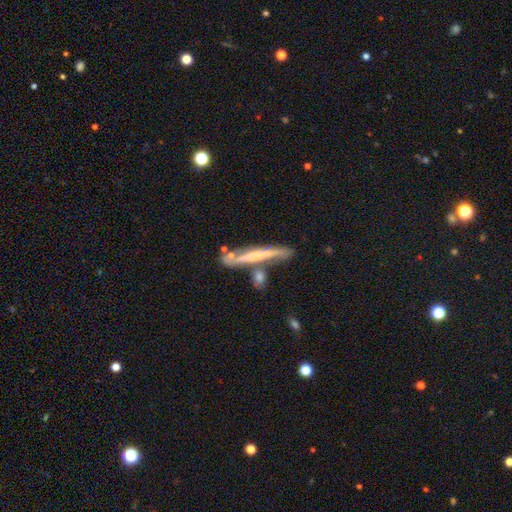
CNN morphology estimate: Smooth or featured?
  - featured or disk: 61% *
  - smooth: 33%
  - star or artifact: 7%
Edge-on disk?
  - yes: 90% *
  - no: 10%
Edge-on bulge?
  - none: 47% *
  - rounded: 41%
  - boxy: 12%
Merging?
  - none: 62% *
  - minor disturbance: 17%
  - merger: 16%
  - major disturbance: 6%